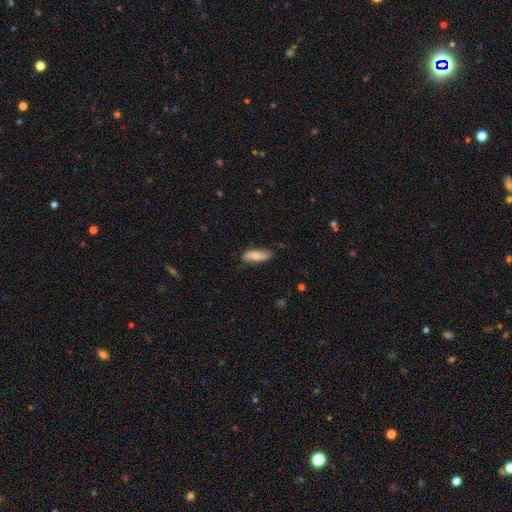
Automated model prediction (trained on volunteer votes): Q: Smooth or featured?
A: smooth (64%); runner-up: featured or disk (30%)
Q: How rounded?
A: in between (60%); runner-up: cigar-shaped (37%)
Q: Merging?
A: none (78%); runner-up: minor disturbance (18%)